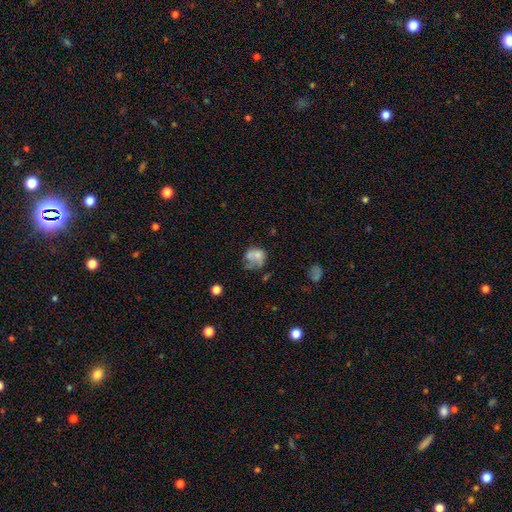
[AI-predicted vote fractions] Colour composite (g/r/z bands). It shows a smooth galaxy with no disk features (61%) that is round (61%). Merging: none (32%).